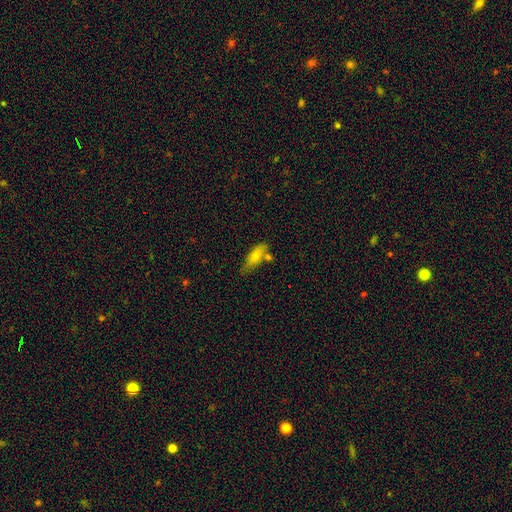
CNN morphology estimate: smooth_or_featured: smooth (p=0.73) [alt: featured or disk p=0.20]
how_rounded: in between (p=0.62) [alt: cigar-shaped p=0.35]
merging: none (p=0.59) [alt: minor disturbance p=0.21]